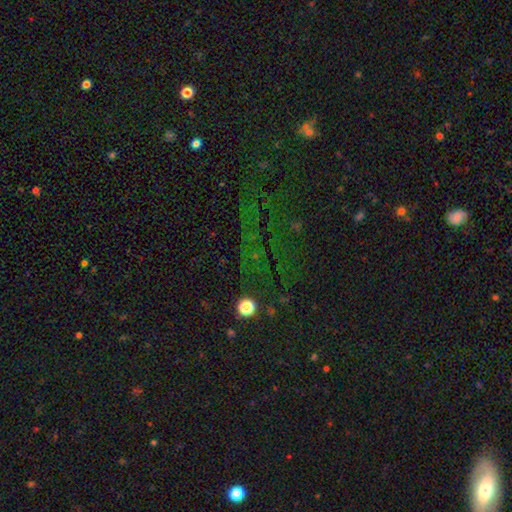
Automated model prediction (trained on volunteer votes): The model was most divided on "smooth or featured": star or artifact: 70%, smooth: 20%, featured or disk: 10%.